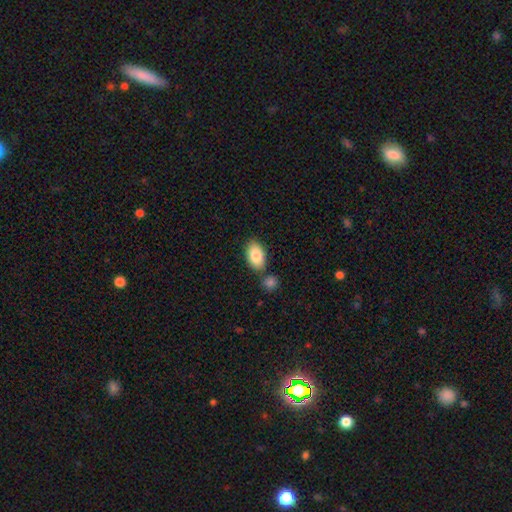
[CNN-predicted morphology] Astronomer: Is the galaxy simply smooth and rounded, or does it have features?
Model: smooth — 85%.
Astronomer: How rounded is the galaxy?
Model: in between — 94%.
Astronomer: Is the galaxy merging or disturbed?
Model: none — 72%.